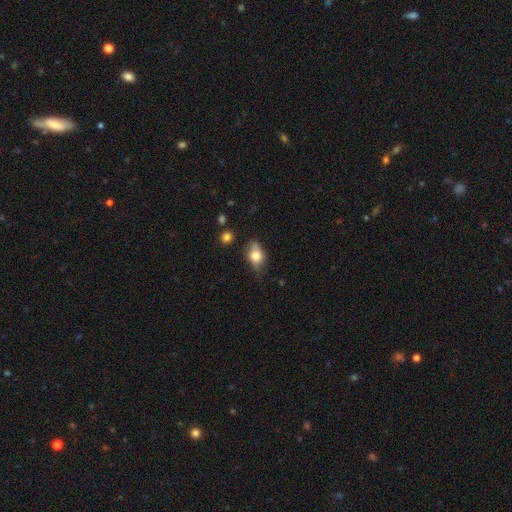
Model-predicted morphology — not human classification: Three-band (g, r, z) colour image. It shows a smooth galaxy with no disk features (72%) that is in between round and cigar-shaped (75%). Merging: none (62%).